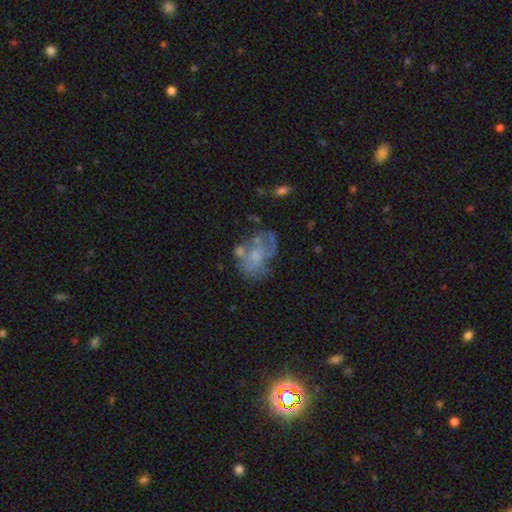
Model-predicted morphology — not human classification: A featured or disk galaxy (56%) with no bar (82%), no spiral arms (63%) and a small central bulge (37%). Merging: none (38%).